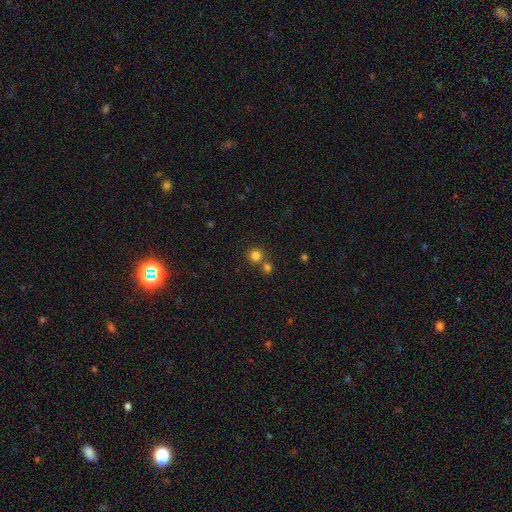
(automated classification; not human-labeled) This is clearly a smooth galaxy (81%). How rounded: clearly round (90%). Merging: likely none (66%).